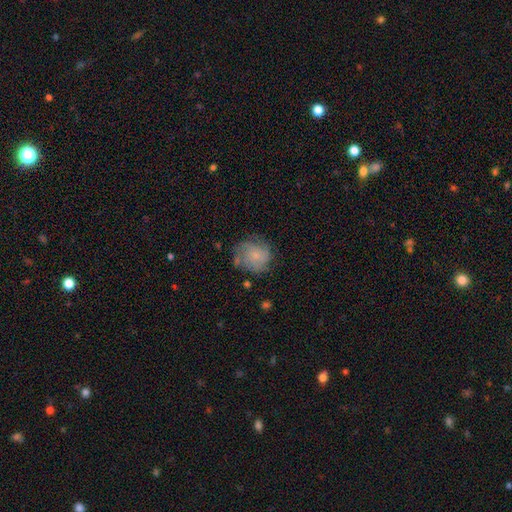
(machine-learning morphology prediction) Q: Smooth or featured?
A: featured or disk (53%); runner-up: smooth (38%)
Q: Edge-on disk?
A: no (98%); runner-up: yes (2%)
Q: Bar?
A: no (81%); runner-up: weak (17%)
Q: Spiral arms?
A: yes (85%); runner-up: no (15%)
Q: Bulge size?
A: small (59%); runner-up: moderate (20%)
Q: Merging?
A: none (68%); runner-up: minor disturbance (20%)